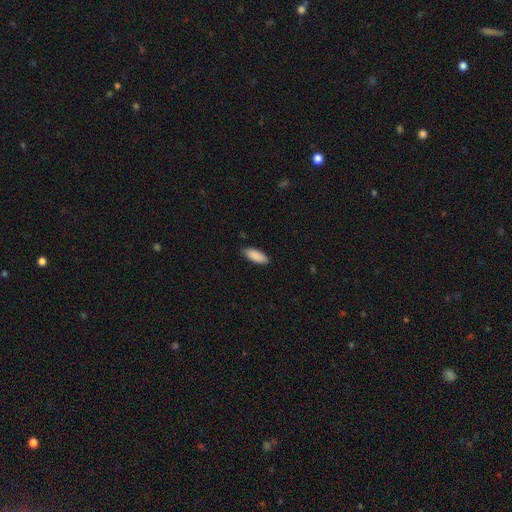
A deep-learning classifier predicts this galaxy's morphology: Smooth or featured?
  - smooth: 90% *
  - star or artifact: 6%
  - featured or disk: 4%
How rounded?
  - in between: 79% *
  - cigar-shaped: 19%
  - round: 2%
Merging?
  - none: 85% *
  - minor disturbance: 12%
  - major disturbance: 2%
  - merger: 1%